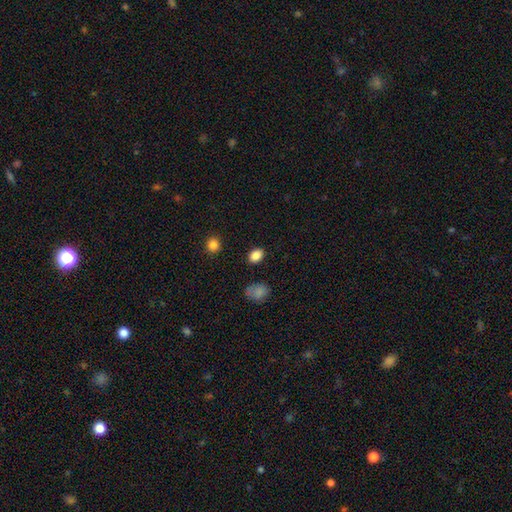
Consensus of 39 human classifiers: Overall: smooth (92%). How rounded: in between (72%). Merging: none (94%).